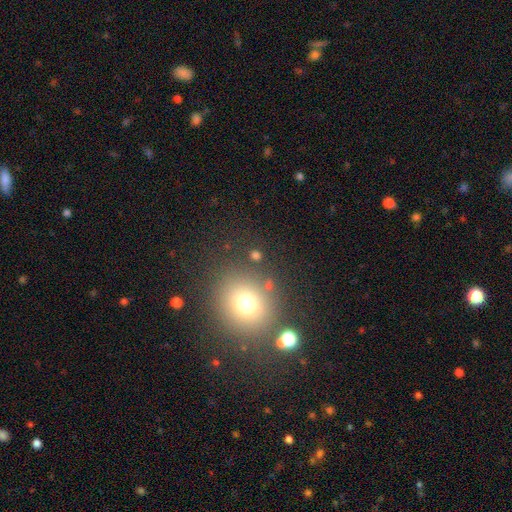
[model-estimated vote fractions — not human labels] This appears to be a smooth galaxy with no disk features (66%) that is round (81%). Merging: none (79%).